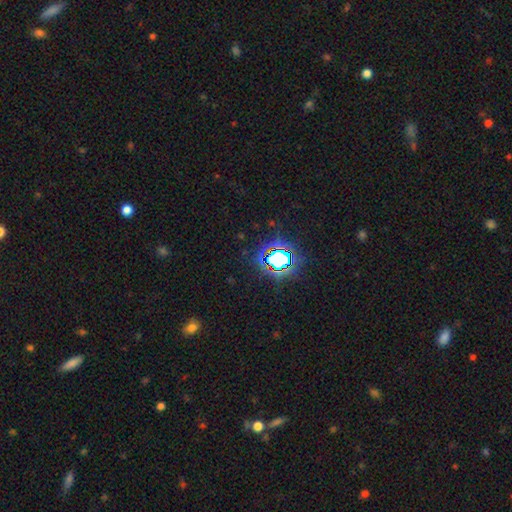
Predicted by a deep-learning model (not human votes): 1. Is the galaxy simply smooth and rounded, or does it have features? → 79% star or artifact, 13% smooth, 8% featured or disk.